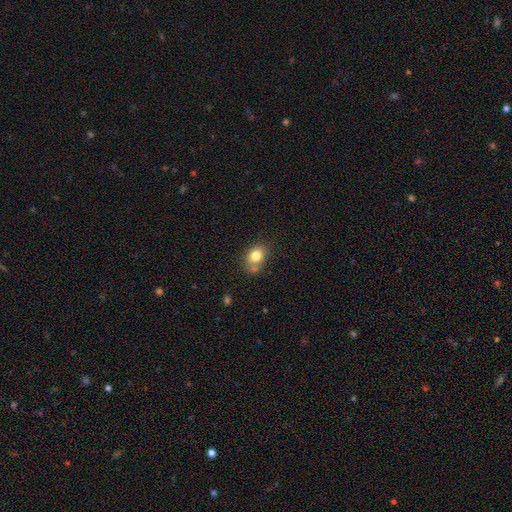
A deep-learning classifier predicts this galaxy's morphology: Smooth or featured?
  - smooth: 79% *
  - featured or disk: 10%
  - star or artifact: 10%
How rounded?
  - in between: 56% *
  - round: 43%
  - cigar-shaped: 1%
Merging?
  - none: 58% *
  - merger: 19%
  - minor disturbance: 18%
  - major disturbance: 5%